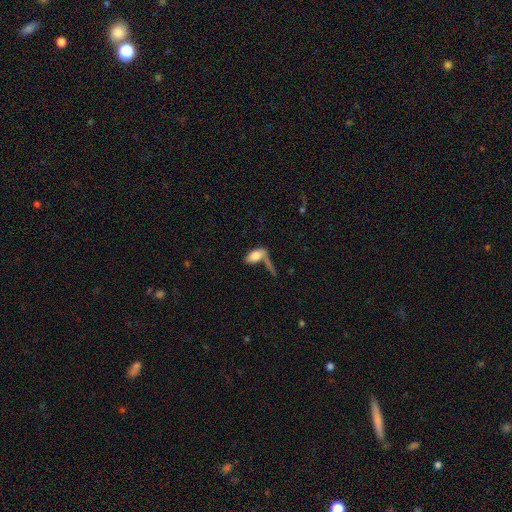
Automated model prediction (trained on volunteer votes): This appears to be a smooth galaxy with no disk features (76%) that is in between round and cigar-shaped (86%). Merging: none (37%).